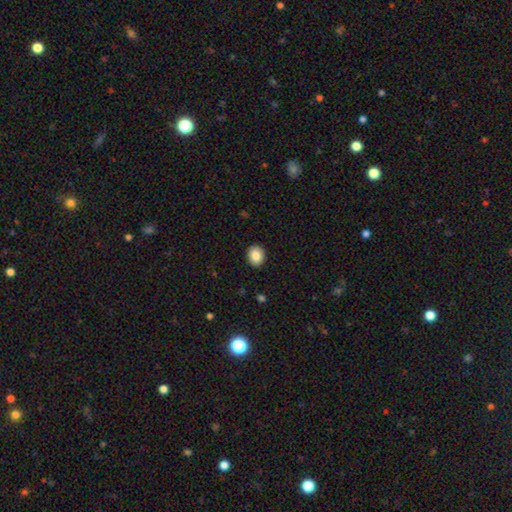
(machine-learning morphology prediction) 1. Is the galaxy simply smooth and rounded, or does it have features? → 86% smooth, 8% star or artifact, 6% featured or disk.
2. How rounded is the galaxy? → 63% round, 36% in between, 1% cigar-shaped.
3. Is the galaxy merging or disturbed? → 91% none, 6% minor disturbance, 2% major disturbance, 1% merger.